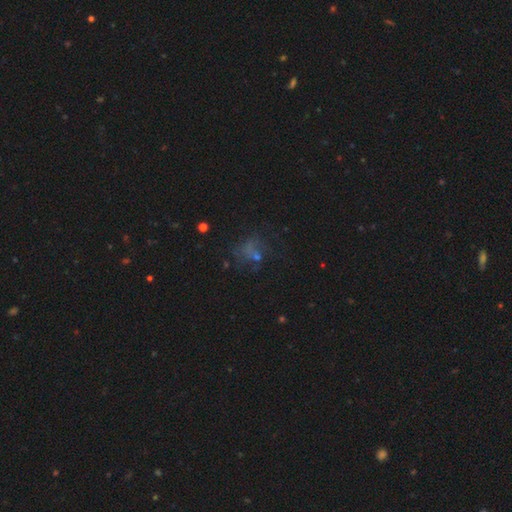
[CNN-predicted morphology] smooth 35%, star or artifact 33%, featured or disk 32%. Down the decision tree: merging — none (43%).